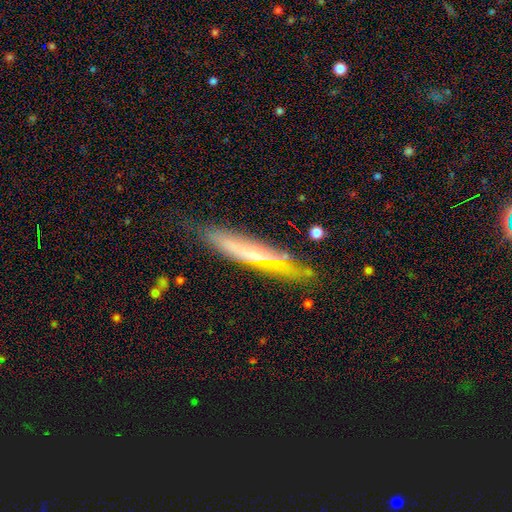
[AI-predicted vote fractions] smooth-or-featured: featured or disk: 53% | smooth: 39% | star or artifact: 8%
  disk-edge-on: yes: 79% | no: 21%
  merging: none: 70% | minor disturbance: 22% | major disturbance: 6% | merger: 3%